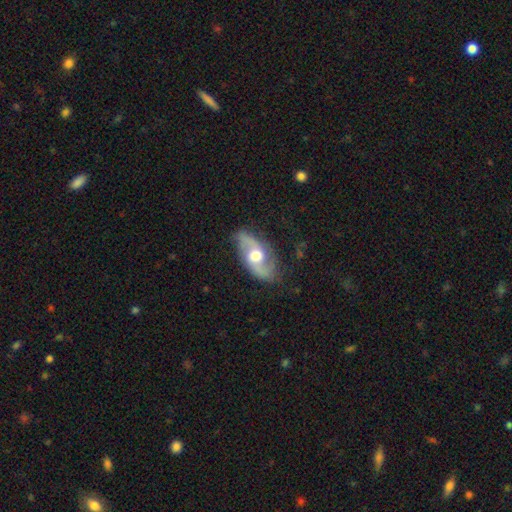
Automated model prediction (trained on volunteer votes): This is likely a featured or disk galaxy (79%). It is clearly not viewed edge-on (92%). Bar: possibly no (54%). Spiral arm pattern: clearly yes (90%). Spiral arm count: clearly 2 (91%). Spiral winding: possibly loose (54%). Central bulge: likely moderate (68%). Merging: likely none (76%).